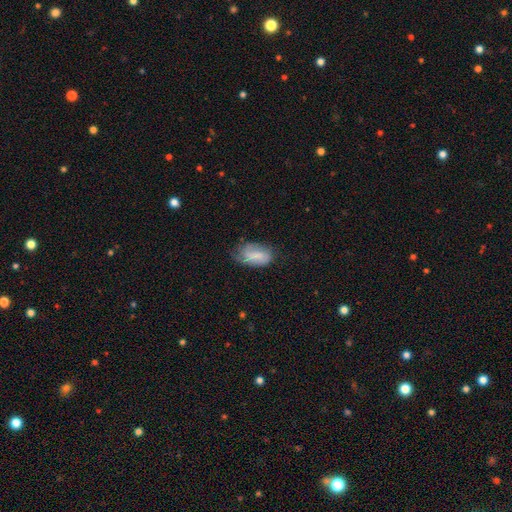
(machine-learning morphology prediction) Smooth or featured?
  - smooth: 60% *
  - featured or disk: 32%
  - star or artifact: 8%
How rounded?
  - in between: 91% *
  - round: 6%
  - cigar-shaped: 3%
Merging?
  - none: 52% *
  - minor disturbance: 33%
  - major disturbance: 13%
  - merger: 2%